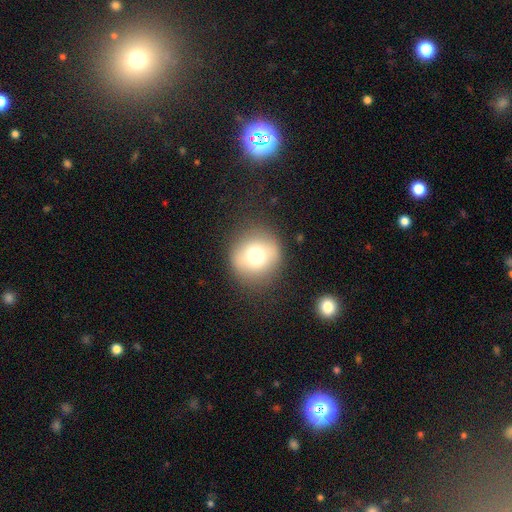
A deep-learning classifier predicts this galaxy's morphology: A smooth galaxy with no disk features (72%) that is round (91%).

Vote fractions:
- Smooth or featured? smooth: 72% / featured or disk: 16% / star or artifact: 12%
- How rounded? round: 91% / in between: 8% / cigar-shaped: 1%
- Merging? none: 84% / minor disturbance: 10% / major disturbance: 5% / merger: 1%